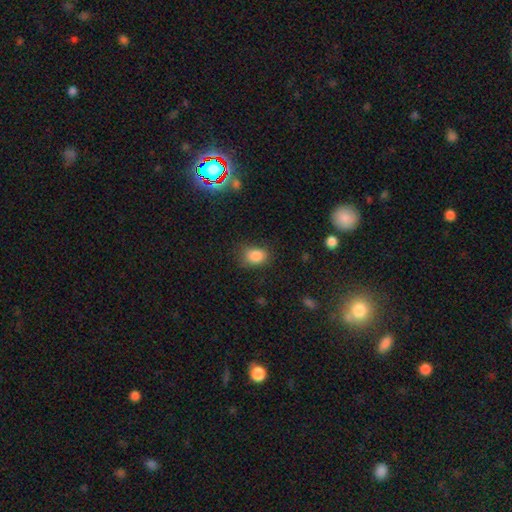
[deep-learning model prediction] A smooth galaxy with no disk features (85%) that is in between round and cigar-shaped (69%).

Vote fractions:
- Smooth or featured? smooth: 85% / star or artifact: 10% / featured or disk: 5%
- How rounded? in between: 69% / round: 30% / cigar-shaped: 1%
- Merging? none: 69% / minor disturbance: 22% / major disturbance: 7% / merger: 2%